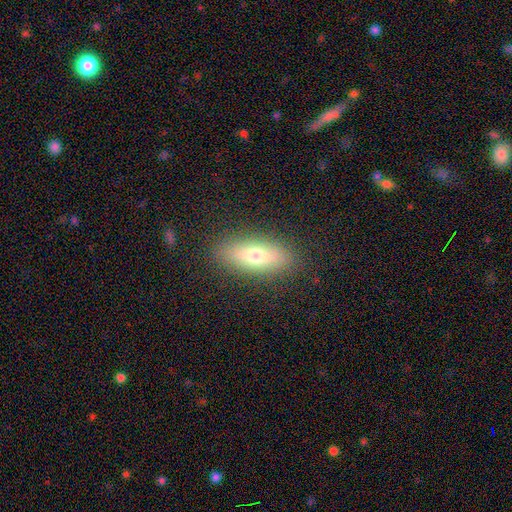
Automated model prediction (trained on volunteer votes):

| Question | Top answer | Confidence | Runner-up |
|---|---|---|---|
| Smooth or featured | smooth | 66% | featured or disk (26%) |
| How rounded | in between | 63% | cigar-shaped (34%) |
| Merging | none | 88% | minor disturbance (9%) |